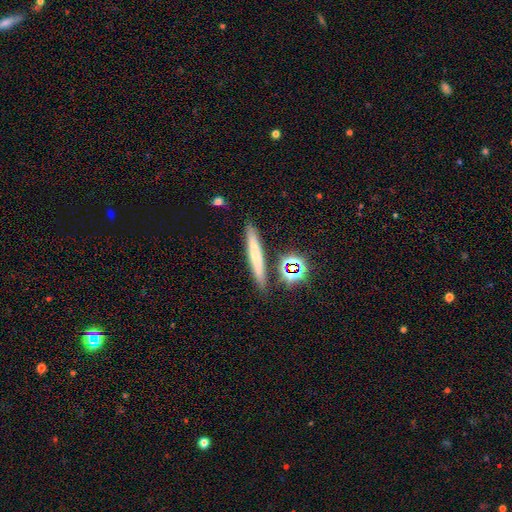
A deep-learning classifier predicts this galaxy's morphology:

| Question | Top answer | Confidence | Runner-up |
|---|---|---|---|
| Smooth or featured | smooth | 57% | featured or disk (29%) |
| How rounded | cigar-shaped | 91% | in between (6%) |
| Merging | none | 85% | minor disturbance (8%) |